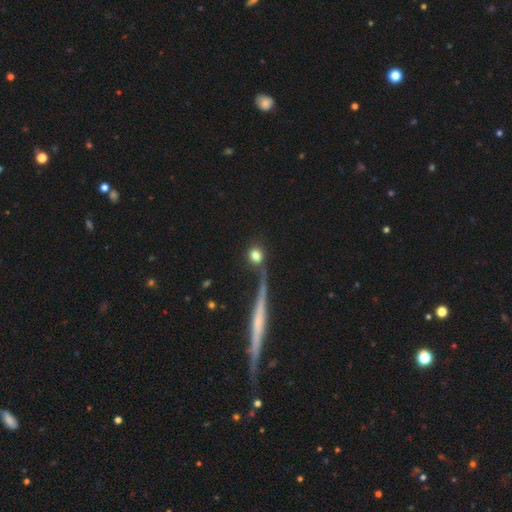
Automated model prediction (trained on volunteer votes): This appears to be a smooth galaxy with no disk features (80%) that is round (85%). Merging: none (66%).